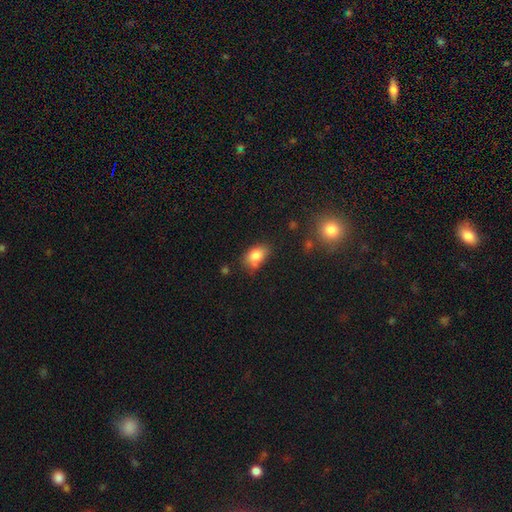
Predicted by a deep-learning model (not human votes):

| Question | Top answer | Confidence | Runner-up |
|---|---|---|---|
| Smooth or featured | smooth | 82% | star or artifact (9%) |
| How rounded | in between | 81% | round (17%) |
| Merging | none | 58% | minor disturbance (27%) |